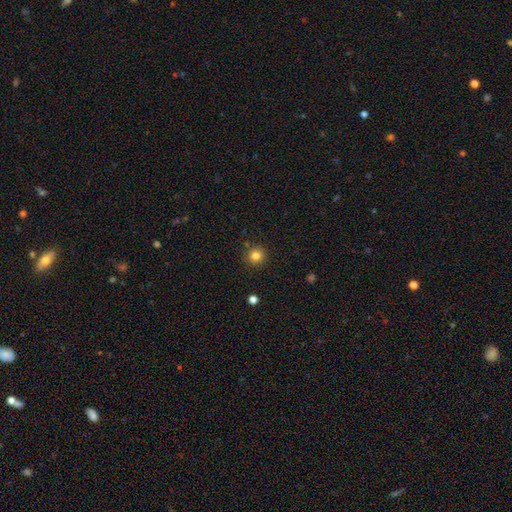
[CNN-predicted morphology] This appears to be a smooth galaxy with no disk features (82%) that is round (94%). Merging: none (89%).